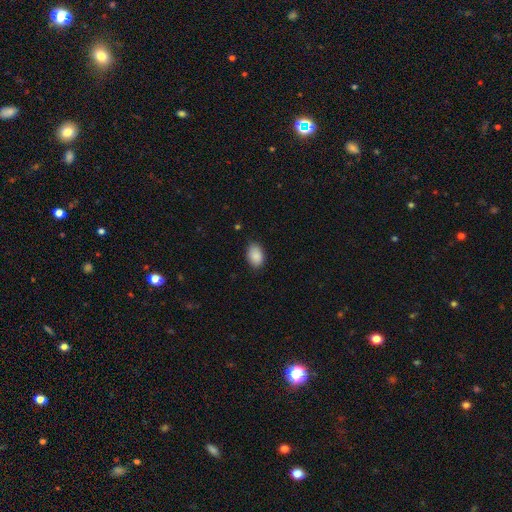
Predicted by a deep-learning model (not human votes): Smooth or featured?
  - smooth: 89% *
  - star or artifact: 7%
  - featured or disk: 4%
How rounded?
  - in between: 86% *
  - round: 13%
  - cigar-shaped: 1%
Merging?
  - none: 81% *
  - minor disturbance: 15%
  - major disturbance: 3%
  - merger: 1%